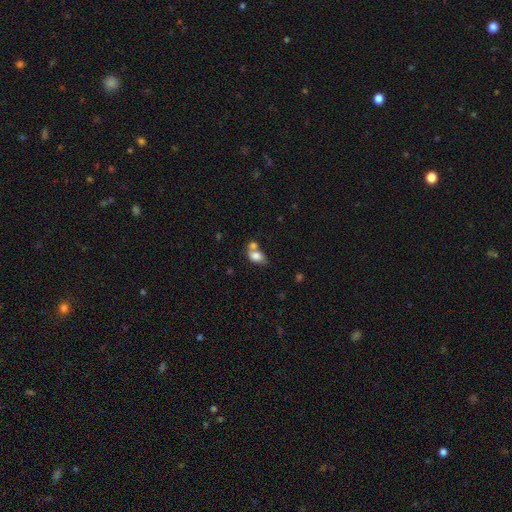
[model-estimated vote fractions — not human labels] Smooth or featured?
  - smooth: 79% *
  - featured or disk: 12%
  - star or artifact: 9%
How rounded?
  - in between: 80% *
  - round: 18%
  - cigar-shaped: 2%
Merging?
  - merger: 48% *
  - none: 32%
  - minor disturbance: 14%
  - major disturbance: 6%